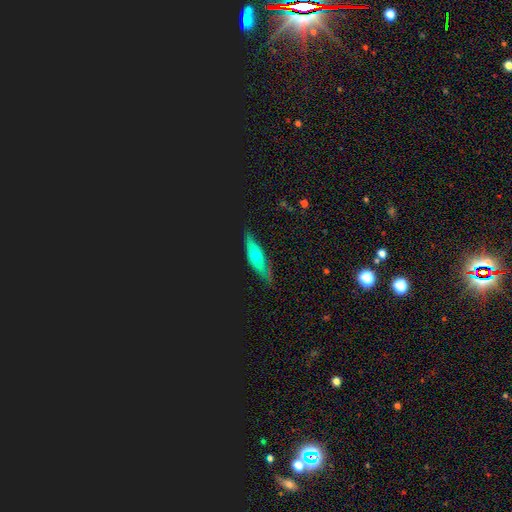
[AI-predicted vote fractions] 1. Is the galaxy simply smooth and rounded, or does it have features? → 50% smooth, 30% featured or disk, 19% star or artifact.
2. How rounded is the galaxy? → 52% in between, 43% cigar-shaped, 5% round.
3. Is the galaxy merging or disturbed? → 78% none, 17% minor disturbance, 4% major disturbance, 2% merger.